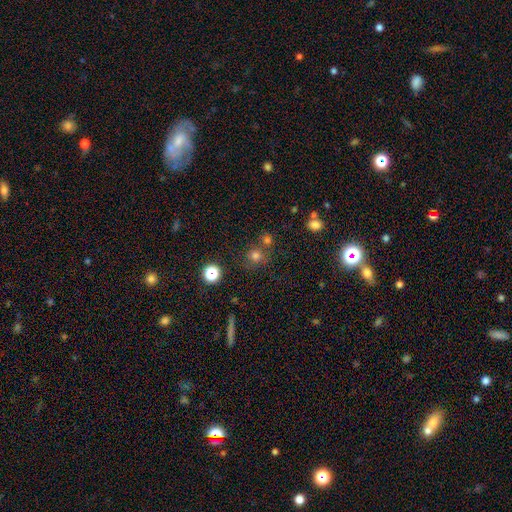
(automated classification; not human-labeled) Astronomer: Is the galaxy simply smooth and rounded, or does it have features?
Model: smooth — 70%.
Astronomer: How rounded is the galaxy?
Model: round — 90%.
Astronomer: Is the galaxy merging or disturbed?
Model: none — 66%.